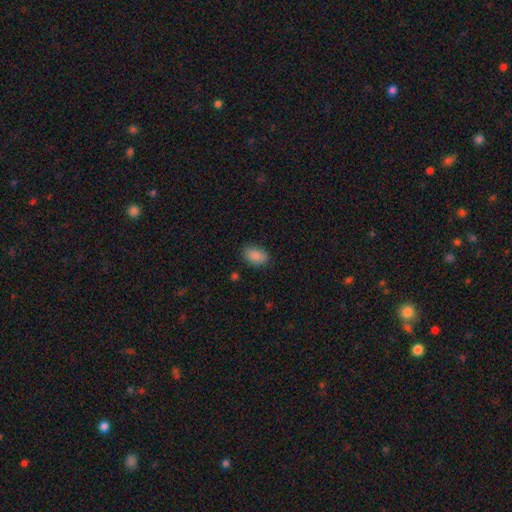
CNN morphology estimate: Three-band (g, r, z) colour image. It shows a smooth galaxy with no disk features (88%) that is in between round and cigar-shaped (87%). Merging: none (83%).